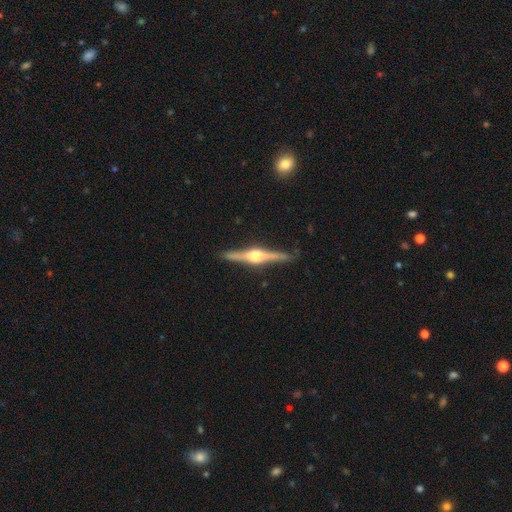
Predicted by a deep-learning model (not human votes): Smooth or featured?
  - featured or disk: 86% *
  - smooth: 10%
  - star or artifact: 5%
Edge-on disk?
  - yes: 98% *
  - no: 2%
Edge-on bulge?
  - rounded: 93% *
  - boxy: 5%
  - none: 2%
Merging?
  - none: 89% *
  - minor disturbance: 8%
  - major disturbance: 2%
  - merger: 1%